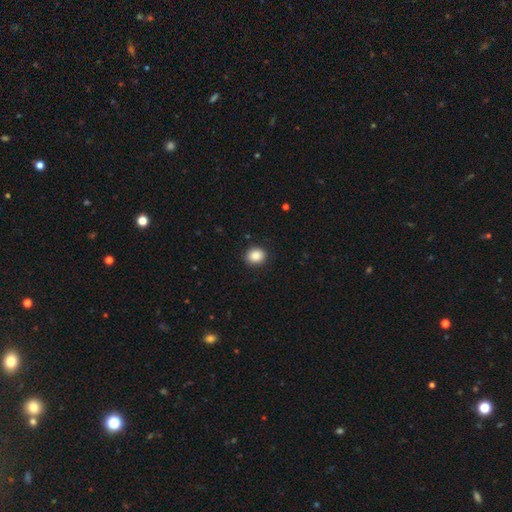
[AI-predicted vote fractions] Smooth or featured? Predicted: smooth (p=0.88). How rounded? Predicted: round (p=0.70). Merging? Predicted: none (p=0.90).